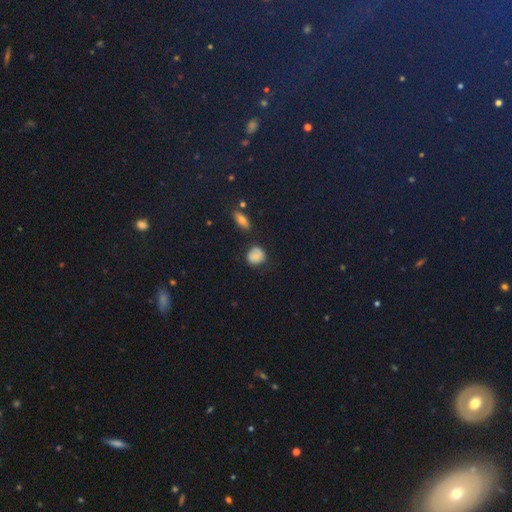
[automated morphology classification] Smooth or featured? Predicted: smooth (p=0.72). How rounded? Predicted: round (p=0.76). Merging? Predicted: none (p=0.69).